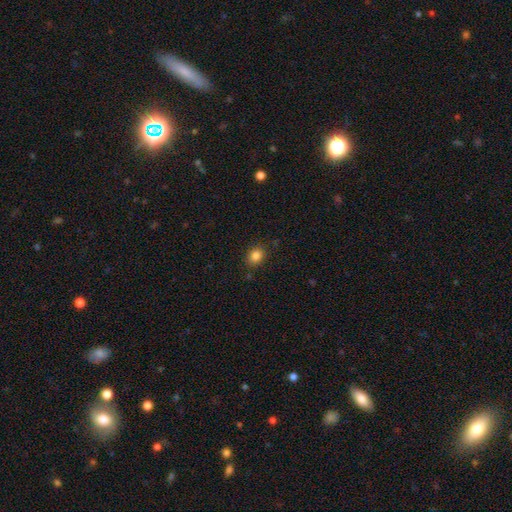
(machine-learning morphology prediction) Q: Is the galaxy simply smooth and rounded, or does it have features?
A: smooth — 84%.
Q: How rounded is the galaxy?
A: in between — 51%.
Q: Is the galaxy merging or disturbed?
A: none — 85%.